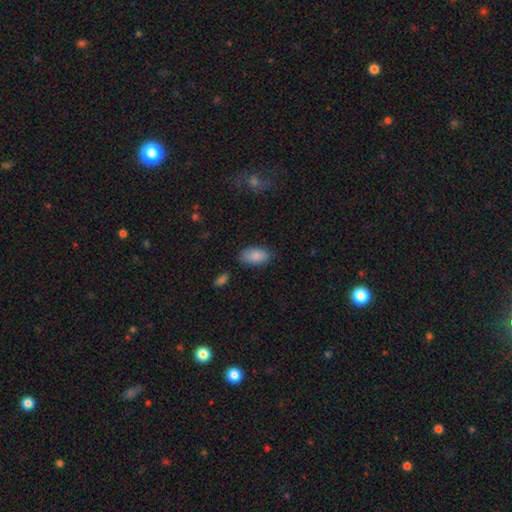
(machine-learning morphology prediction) Smooth or featured: smooth — 87% (featured or disk — 7%)
How rounded: in between — 94% (round — 4%)
Merging: none — 79% (minor disturbance — 15%)